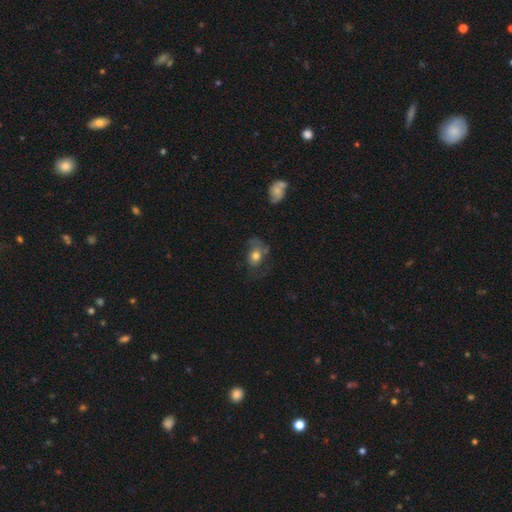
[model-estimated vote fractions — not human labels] Smooth or featured? Predicted: smooth (p=0.57). How rounded? Predicted: in between (p=0.56). Merging? Predicted: none (p=0.38).